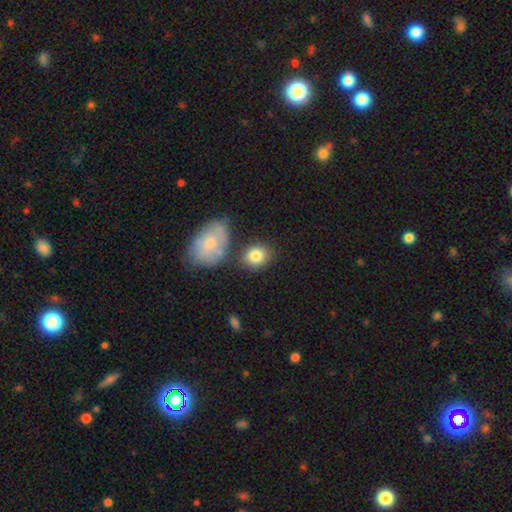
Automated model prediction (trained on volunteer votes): smooth 82%, featured or disk 10%, star or artifact 8%. Down the decision tree: how rounded — round (62%); merging — none (72%).